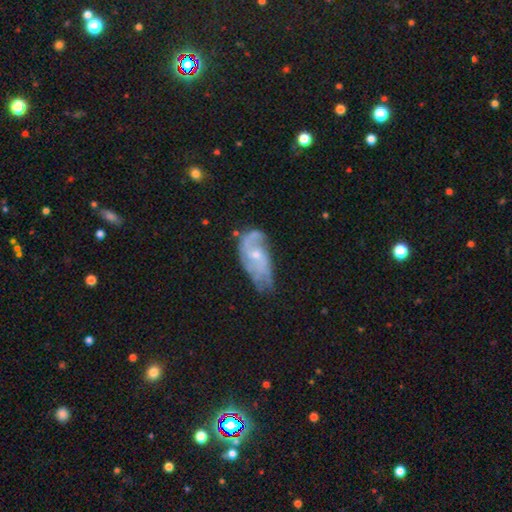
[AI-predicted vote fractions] Overall: featured or disk (74%). Edge-on disk: no (95%). Bar: no (65%; weak 30%). Spiral arms: yes (84%). Spiral arm count: 2 (43%; can't tell 28%). Spiral winding: medium (41%; loose 35%). Bulge size: small (64%; moderate 30%). Merging: none (43%; minor disturbance 32%).